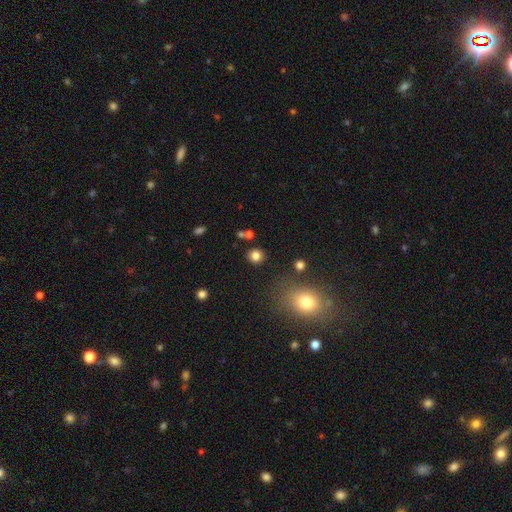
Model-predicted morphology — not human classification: A smooth galaxy with no disk features (81%) that is round (88%). Merging: none (86%).